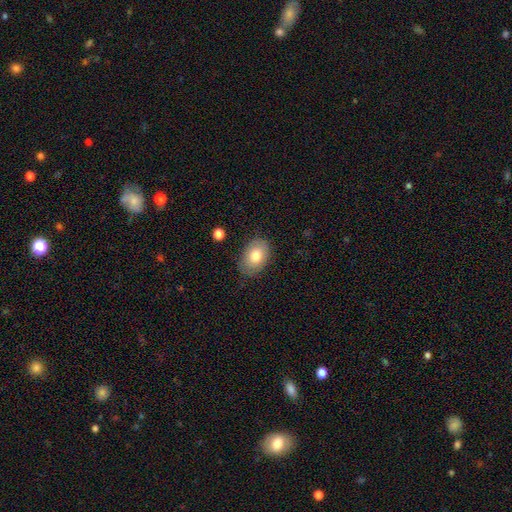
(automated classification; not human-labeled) Overall: smooth (77%). How rounded: in between (84%). Merging: none (81%).